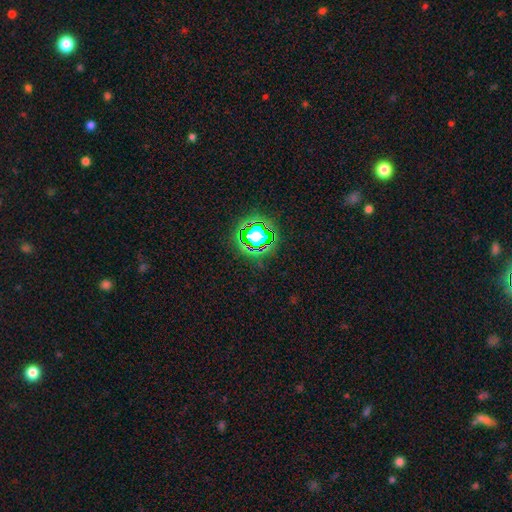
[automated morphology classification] smooth-or-featured: star or artifact: 77% | smooth: 15% | featured or disk: 8%